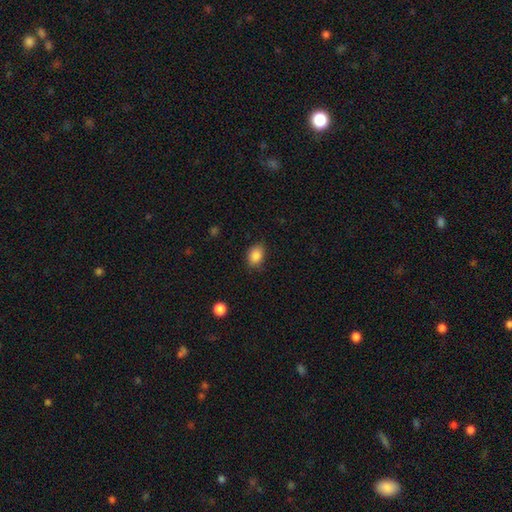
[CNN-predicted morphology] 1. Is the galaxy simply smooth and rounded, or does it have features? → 86% smooth, 9% star or artifact, 5% featured or disk.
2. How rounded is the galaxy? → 69% in between, 30% round, 1% cigar-shaped.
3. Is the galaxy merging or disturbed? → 79% none, 17% minor disturbance, 3% major disturbance, 1% merger.